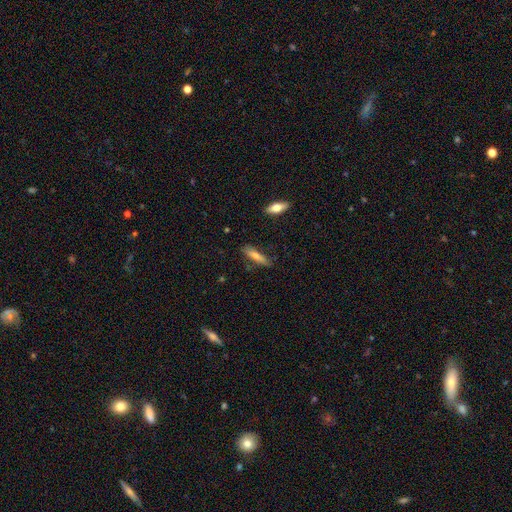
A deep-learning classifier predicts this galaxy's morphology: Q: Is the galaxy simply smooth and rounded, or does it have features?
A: smooth — 63%.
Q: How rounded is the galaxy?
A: cigar-shaped — 79%.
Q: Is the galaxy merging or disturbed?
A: none — 80%.